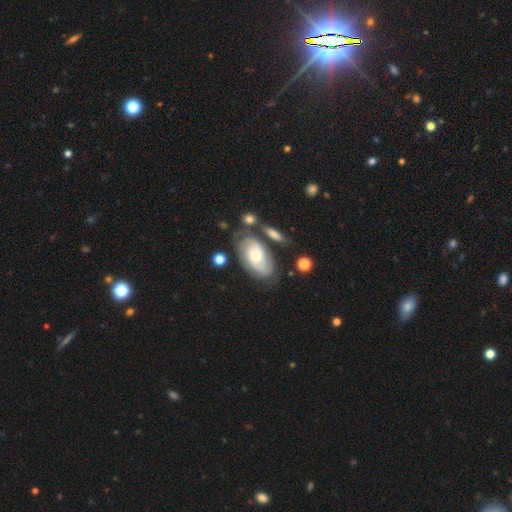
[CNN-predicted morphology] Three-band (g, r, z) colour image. It shows a featured or disk galaxy (70%) with no bar (77%), tight (67%) spiral arms (87%) and a small central bulge (52%). Merging: none (61%).